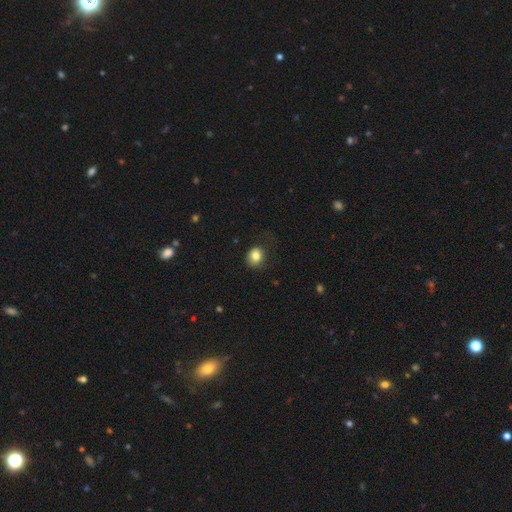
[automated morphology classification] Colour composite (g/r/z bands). It shows a smooth galaxy with no disk features (81%) that is round (64%). Merging: none (72%).